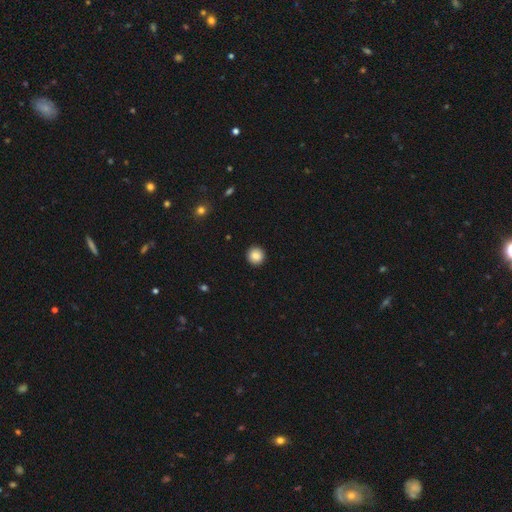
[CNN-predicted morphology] This appears to be a smooth galaxy with no disk features (87%) that is round (93%). Merging: none (93%).